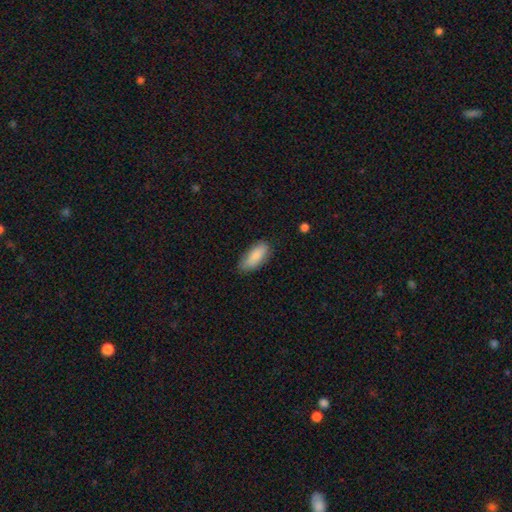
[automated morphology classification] This appears to be a smooth galaxy with no disk features (85%) that is in between round and cigar-shaped (80%). Merging: none (78%).